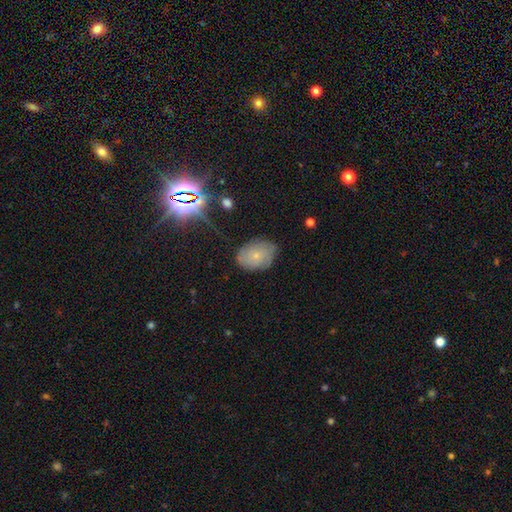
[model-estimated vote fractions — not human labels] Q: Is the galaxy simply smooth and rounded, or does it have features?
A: smooth — 52%.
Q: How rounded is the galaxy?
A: in between — 74%.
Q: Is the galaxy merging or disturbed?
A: none — 73%.